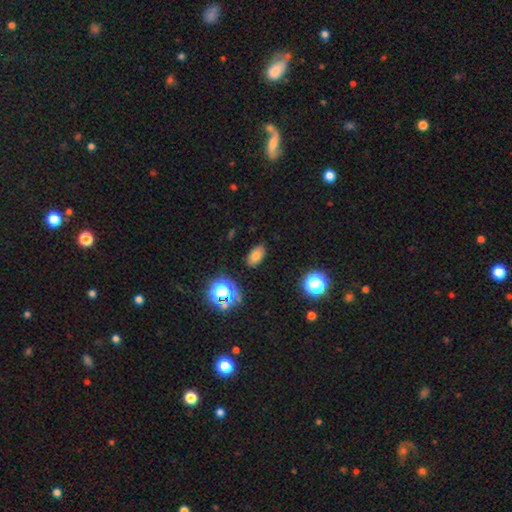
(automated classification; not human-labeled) Q: Smooth or featured?
A: smooth (74%); runner-up: star or artifact (17%)
Q: How rounded?
A: in between (87%); runner-up: round (11%)
Q: Merging?
A: none (84%); runner-up: minor disturbance (11%)